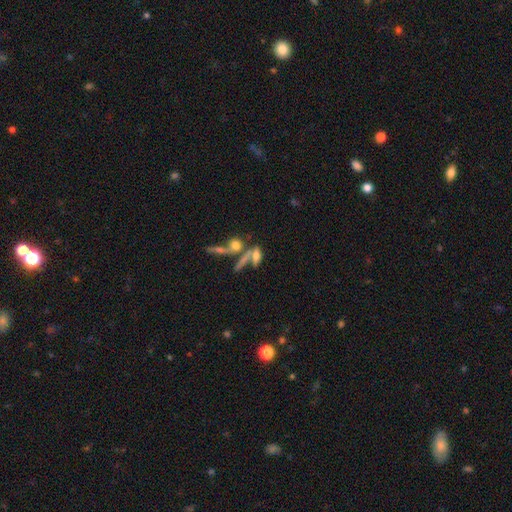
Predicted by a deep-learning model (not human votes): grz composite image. It shows a smooth galaxy with no disk features (53%) that is in between round and cigar-shaped (55%). Merging: merger (43%).